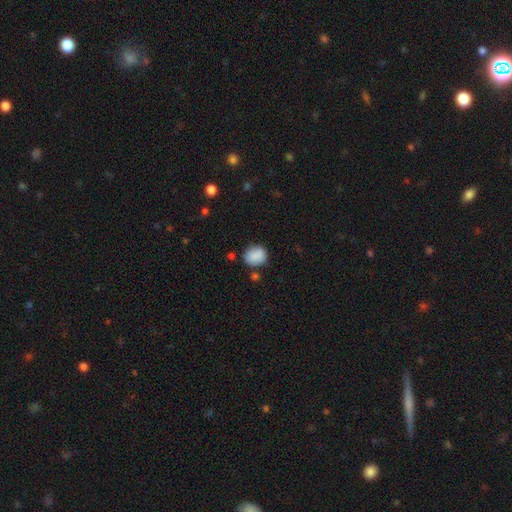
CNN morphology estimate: smooth-or-featured: smooth: 87% | star or artifact: 8% | featured or disk: 5%
  how-rounded: round: 67% | in between: 32% | cigar-shaped: 1%
  merging: none: 71% | minor disturbance: 18% | merger: 6% | major disturbance: 4%